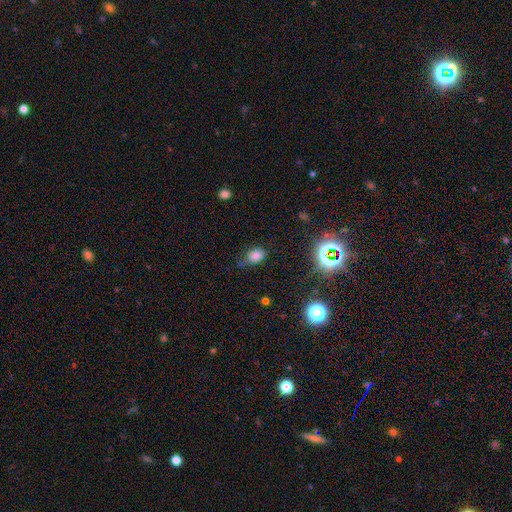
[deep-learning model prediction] smooth-or-featured: smooth: 75% | star or artifact: 18% | featured or disk: 8%
  how-rounded: in between: 71% | round: 27% | cigar-shaped: 2%
  merging: none: 62% | minor disturbance: 27% | major disturbance: 8% | merger: 3%